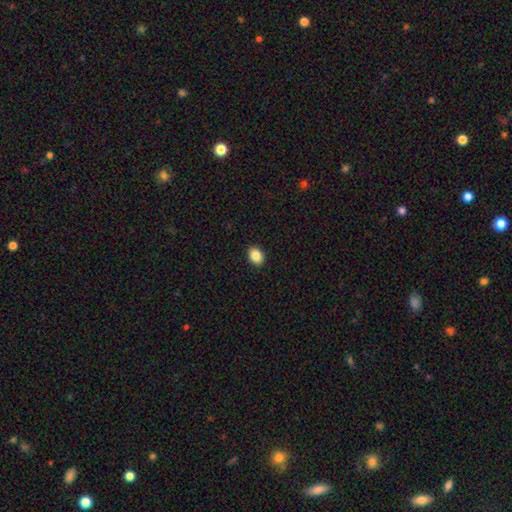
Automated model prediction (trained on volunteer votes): smooth-or-featured: smooth: 87% | star or artifact: 9% | featured or disk: 4%
  how-rounded: in between: 69% | round: 30% | cigar-shaped: 1%
  merging: none: 91% | minor disturbance: 6% | major disturbance: 2% | merger: 1%